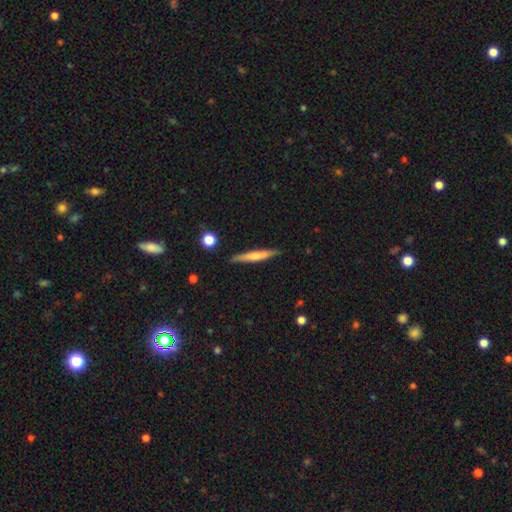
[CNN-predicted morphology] smooth_or_featured: smooth (p=0.53) [alt: featured or disk p=0.40]
how_rounded: cigar-shaped (p=0.94) [alt: in between p=0.05]
merging: none (p=0.86) [alt: minor disturbance p=0.10]